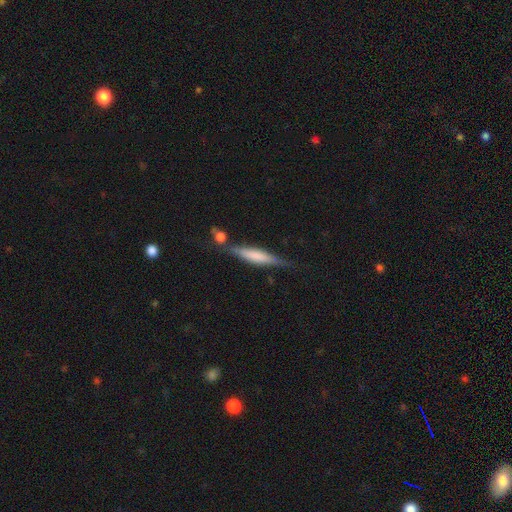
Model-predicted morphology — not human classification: smooth 47%, featured or disk 46%, star or artifact 7%. Down the decision tree: merging — none (71%).